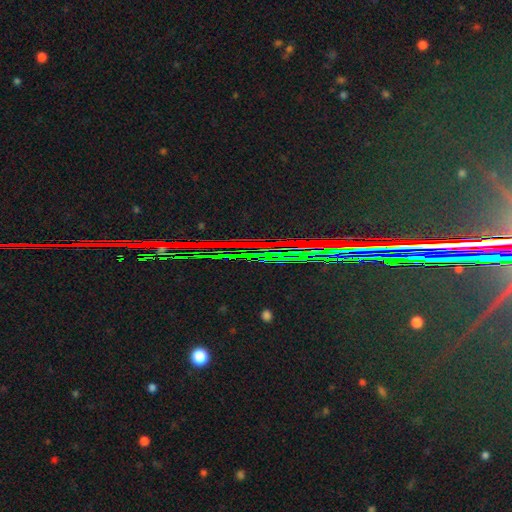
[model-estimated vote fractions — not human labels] Morphology: type=star or artifact (87%).